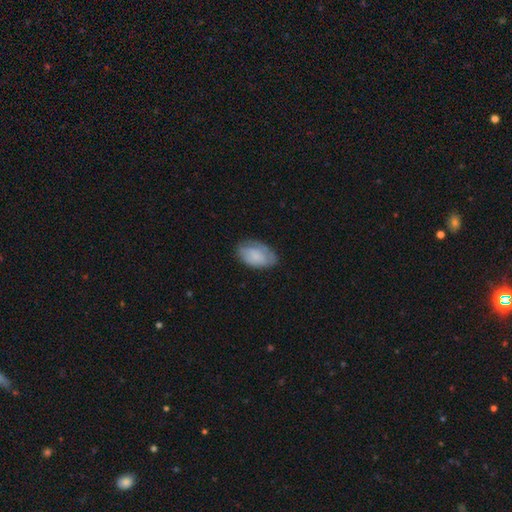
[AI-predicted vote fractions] A smooth galaxy with no disk features (66%) that is in between round and cigar-shaped (92%).

Vote fractions:
- Smooth or featured? smooth: 66% / featured or disk: 27% / star or artifact: 7%
- How rounded? in between: 92% / round: 6% / cigar-shaped: 2%
- Merging? none: 69% / minor disturbance: 23% / major disturbance: 7% / merger: 1%